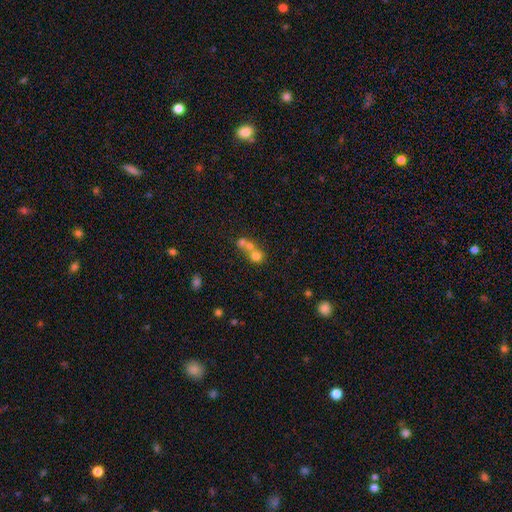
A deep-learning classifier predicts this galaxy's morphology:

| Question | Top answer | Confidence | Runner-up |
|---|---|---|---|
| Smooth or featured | smooth | 68% | featured or disk (18%) |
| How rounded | round | 84% | in between (15%) |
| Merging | merger | 59% | none (33%) |